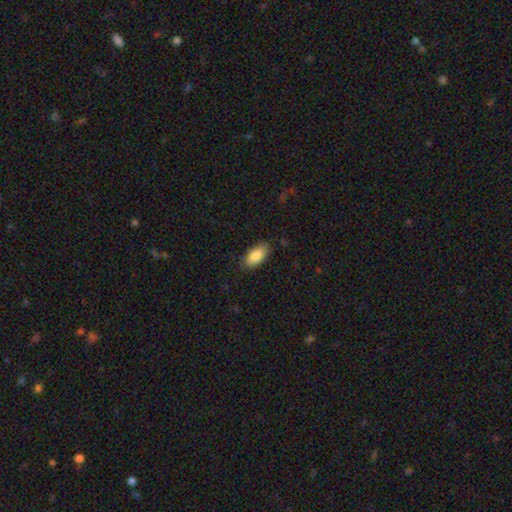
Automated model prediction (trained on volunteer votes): The model was most divided on "merging": none: 84%, minor disturbance: 12%, major disturbance: 3%, merger: 1%. More confident: how rounded — in between (90%); smooth or featured — smooth (86%).